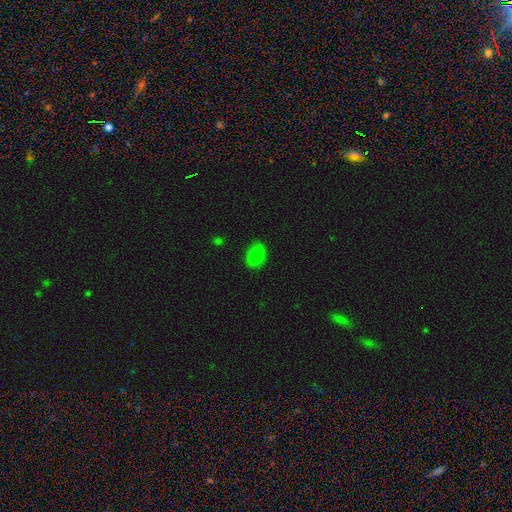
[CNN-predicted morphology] The model was most divided on "merging": none: 81%, minor disturbance: 15%, major disturbance: 3%, merger: 1%. More confident: how rounded — in between (86%); smooth or featured — smooth (83%).